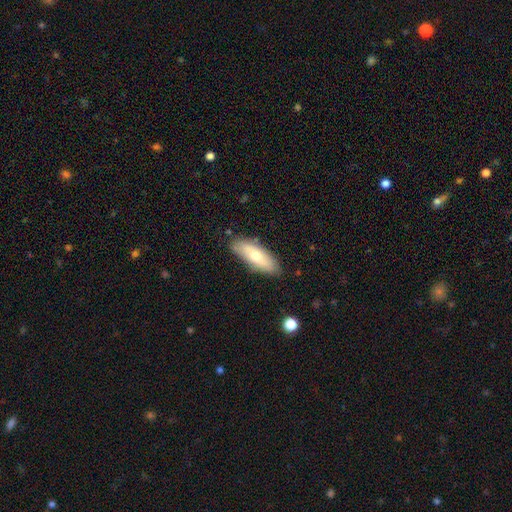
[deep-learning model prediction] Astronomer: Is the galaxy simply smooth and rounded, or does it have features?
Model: smooth — 64%.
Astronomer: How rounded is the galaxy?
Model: in between — 67%.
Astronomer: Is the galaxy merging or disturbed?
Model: none — 83%.